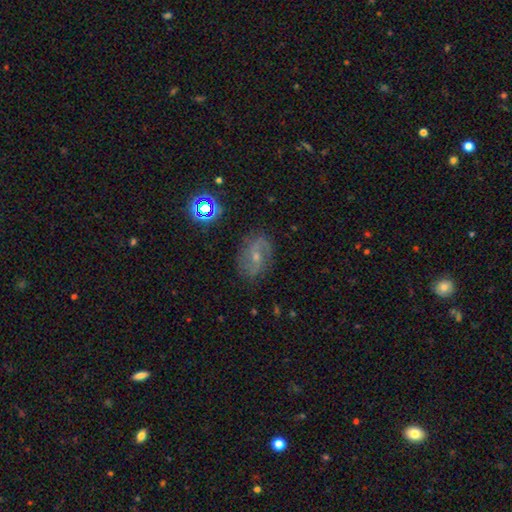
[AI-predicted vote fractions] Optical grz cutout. It shows a featured or disk galaxy (72%) with a weak bar (46%), 2 (83%) loose (41%, tied with medium) spiral arms (91%) and a small central bulge (62%). Merging: none (78%).